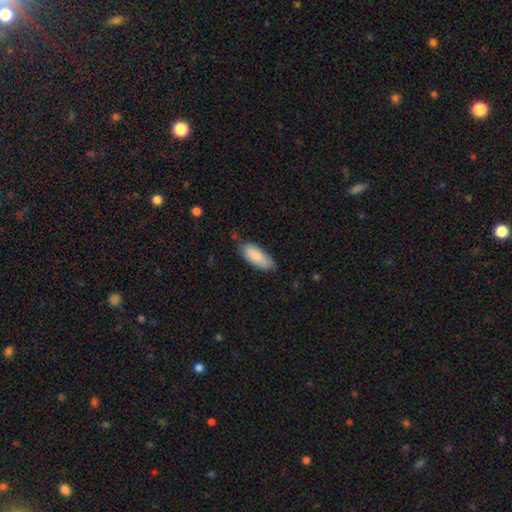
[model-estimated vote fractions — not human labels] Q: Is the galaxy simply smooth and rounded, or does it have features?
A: smooth — 87%.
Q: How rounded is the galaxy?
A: in between — 77%.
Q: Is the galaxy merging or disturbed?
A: none — 71%.